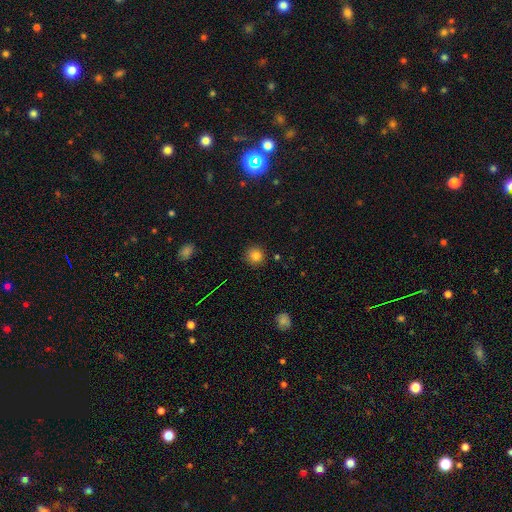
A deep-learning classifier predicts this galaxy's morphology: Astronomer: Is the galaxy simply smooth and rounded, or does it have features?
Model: smooth — 82%.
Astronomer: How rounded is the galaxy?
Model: round — 92%.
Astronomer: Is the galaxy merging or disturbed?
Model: none — 90%.